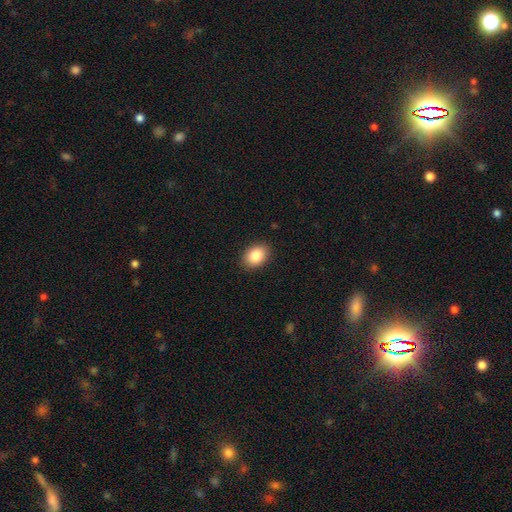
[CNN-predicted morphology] Smooth or featured: smooth — 85% (star or artifact — 8%)
How rounded: in between — 75% (round — 24%)
Merging: none — 89% (minor disturbance — 8%)